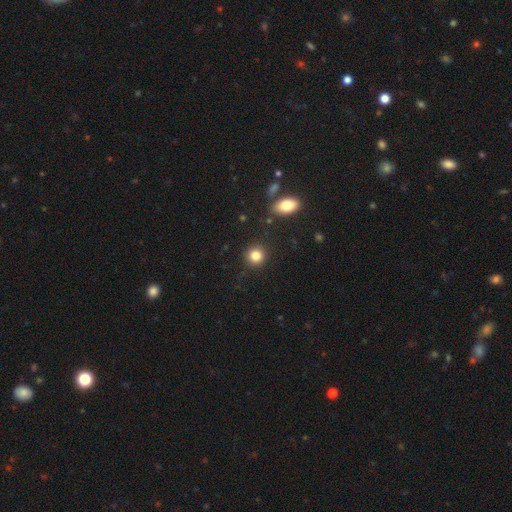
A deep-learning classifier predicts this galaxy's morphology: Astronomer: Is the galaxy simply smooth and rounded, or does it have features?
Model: smooth — 84%.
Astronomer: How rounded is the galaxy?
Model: round — 89%.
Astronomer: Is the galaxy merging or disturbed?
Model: none — 89%.